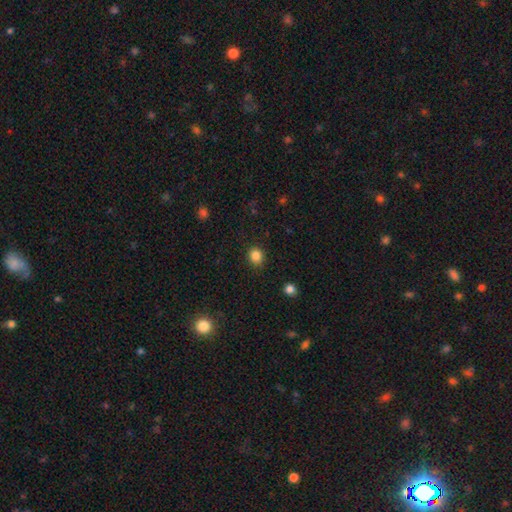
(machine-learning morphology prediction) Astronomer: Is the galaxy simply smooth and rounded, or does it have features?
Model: smooth — 85%.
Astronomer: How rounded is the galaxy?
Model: round — 78%.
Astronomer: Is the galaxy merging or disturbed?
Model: none — 84%.